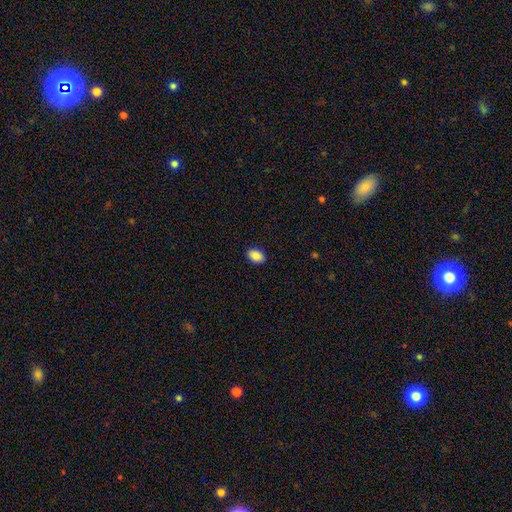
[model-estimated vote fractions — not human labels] Overall: smooth (89%). How rounded: in between (86%). Merging: none (90%).